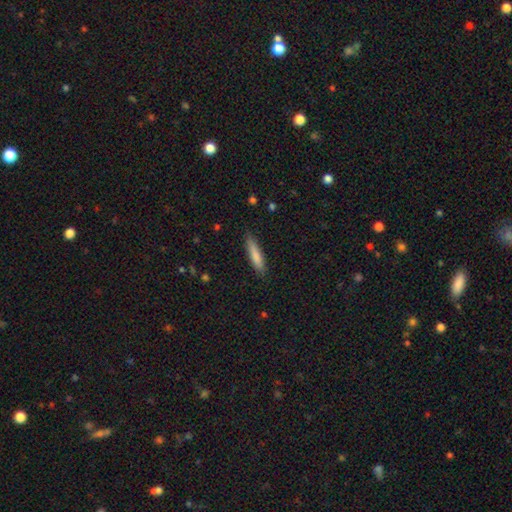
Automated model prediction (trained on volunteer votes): Smooth or featured: smooth — 82% (featured or disk — 12%)
How rounded: cigar-shaped — 82% (in between — 17%)
Merging: none — 86% (minor disturbance — 11%)